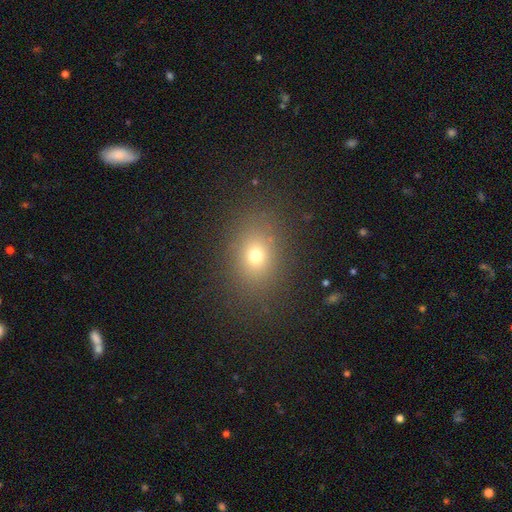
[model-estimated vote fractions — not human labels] Q: Smooth or featured?
A: smooth (70%); runner-up: star or artifact (18%)
Q: How rounded?
A: in between (61%); runner-up: round (37%)
Q: Merging?
A: none (84%); runner-up: minor disturbance (10%)